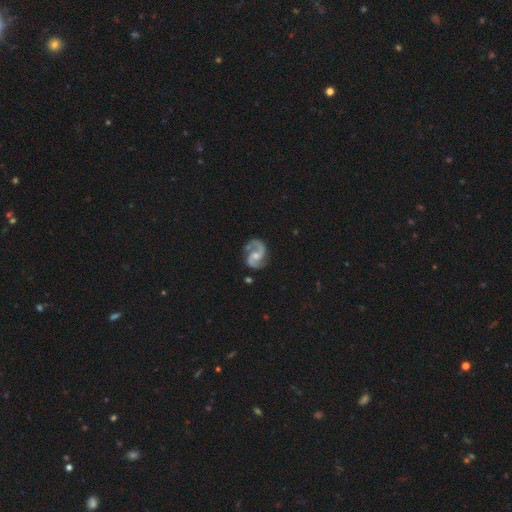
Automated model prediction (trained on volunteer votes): Smooth or featured? featured or disk (92%)
Edge-on disk? no (98%)
Bar? no (51%)
Spiral arms? yes (98%)
Spiral winding? medium (60%)
Spiral arm count? 2 (94%)
Bulge size? moderate (50%)
Merging? none (74%)